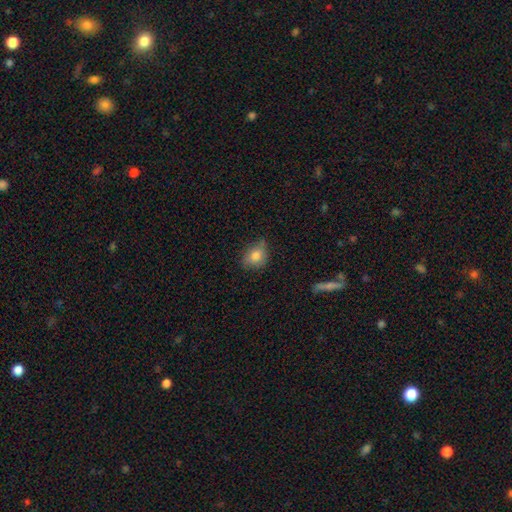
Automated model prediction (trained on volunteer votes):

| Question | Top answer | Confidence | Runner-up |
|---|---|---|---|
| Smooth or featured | smooth | 80% | featured or disk (11%) |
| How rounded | round | 51% | in between (47%) |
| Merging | none | 62% | minor disturbance (30%) |